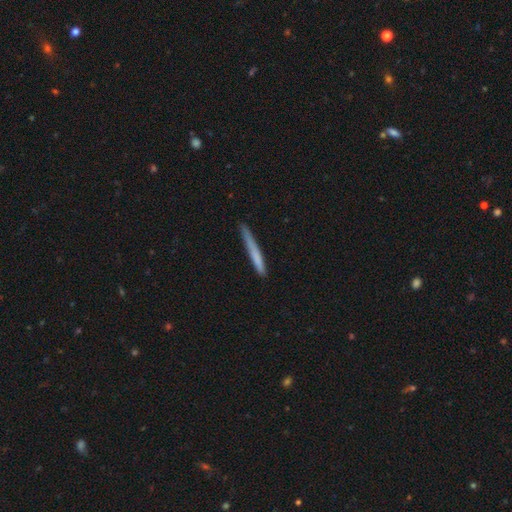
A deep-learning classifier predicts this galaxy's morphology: Q: Smooth or featured?
A: smooth (70%); runner-up: featured or disk (24%)
Q: How rounded?
A: cigar-shaped (97%); runner-up: in between (2%)
Q: Merging?
A: none (82%); runner-up: minor disturbance (14%)